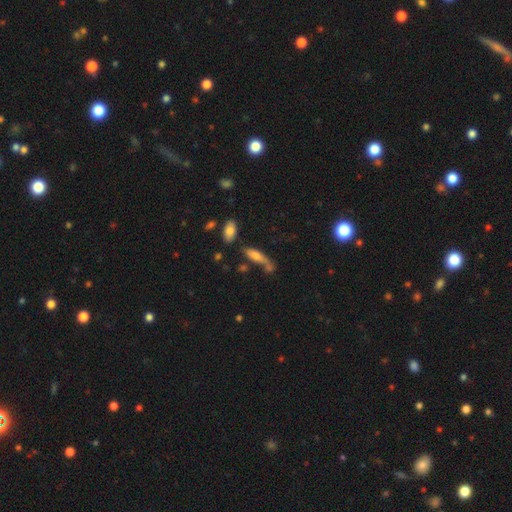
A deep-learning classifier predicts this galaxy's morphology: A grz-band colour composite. It shows a smooth galaxy with no disk features (67%) that is cigar-shaped (53%). Merging: none (41%).